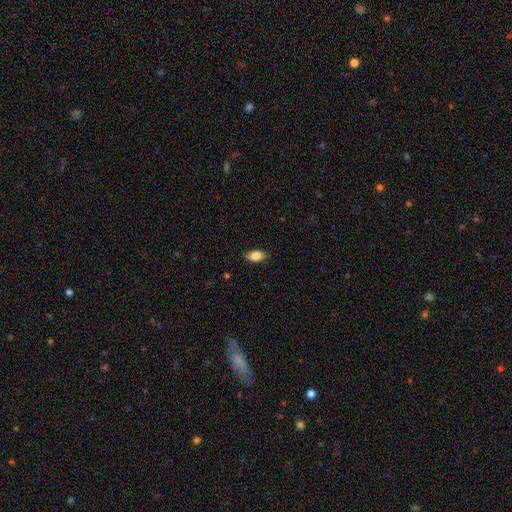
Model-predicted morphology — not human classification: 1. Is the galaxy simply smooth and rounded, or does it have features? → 87% smooth, 8% star or artifact, 6% featured or disk.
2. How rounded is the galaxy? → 90% in between, 7% round, 3% cigar-shaped.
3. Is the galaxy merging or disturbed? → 85% none, 12% minor disturbance, 2% major disturbance, 1% merger.